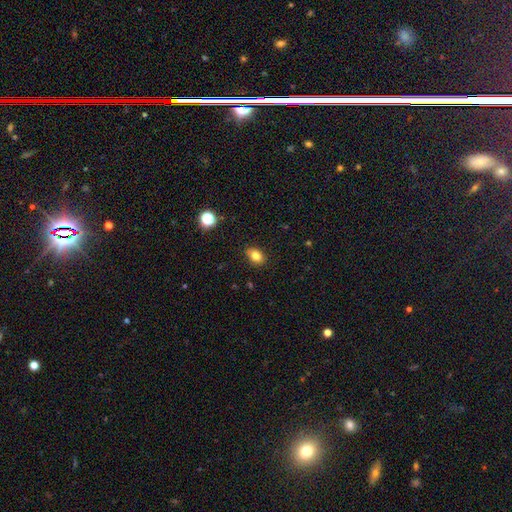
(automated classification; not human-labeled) This appears to be a smooth galaxy with no disk features (80%) that is in between round and cigar-shaped (74%). Merging: none (86%).